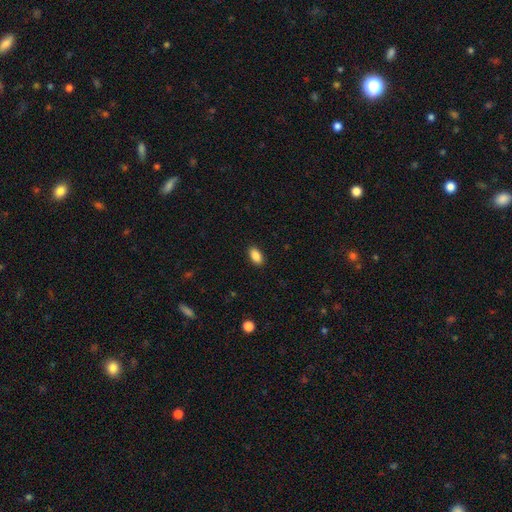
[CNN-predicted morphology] This appears to be a smooth galaxy with no disk features (89%) that is in between round and cigar-shaped (92%). Merging: none (89%).